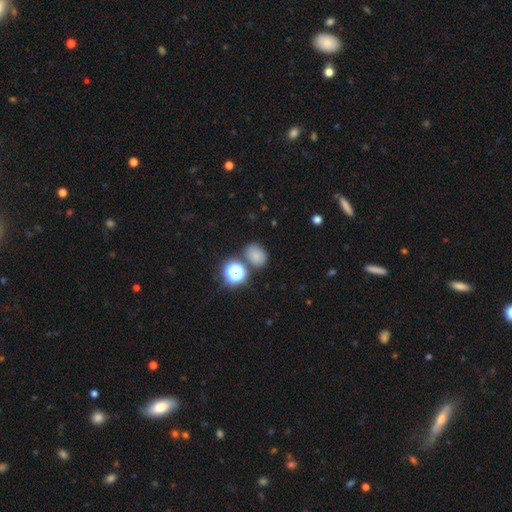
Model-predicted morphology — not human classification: This is likely a smooth galaxy (73%). How rounded: possibly in between (51%). Merging: likely none (73%).